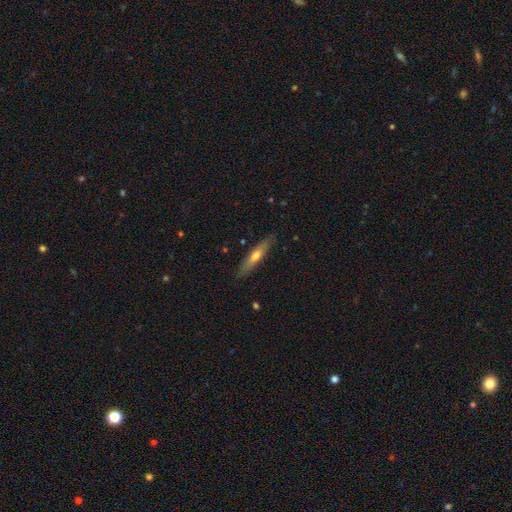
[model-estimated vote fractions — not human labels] smooth 52%, featured or disk 42%, star or artifact 6%. Down the decision tree: how rounded — cigar-shaped (84%); merging — none (86%).